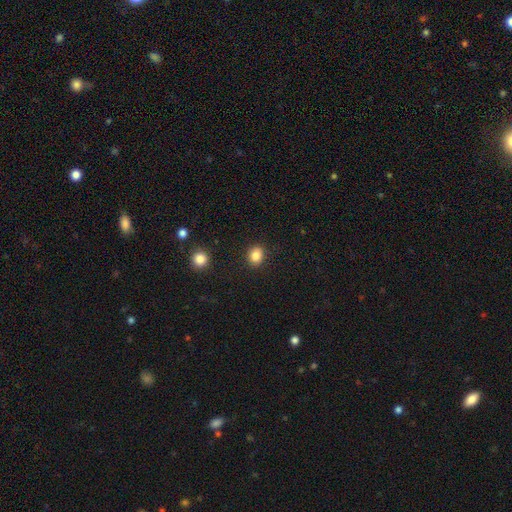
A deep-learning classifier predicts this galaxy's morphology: Smooth or featured: smooth — 84% (star or artifact — 11%)
How rounded: round — 63% (in between — 36%)
Merging: none — 89% (minor disturbance — 7%)